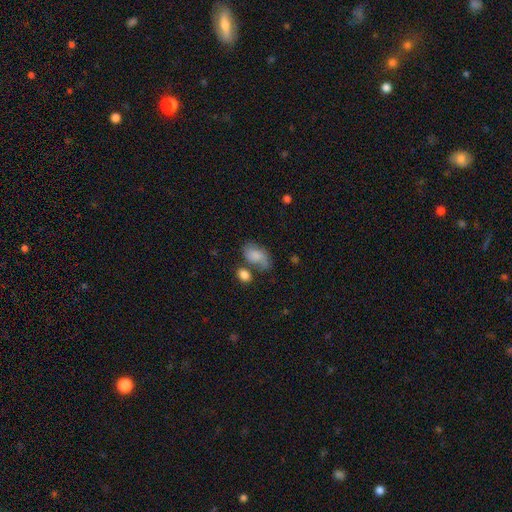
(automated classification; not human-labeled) Morphology: type=smooth (71%); roundness=in between (88%); merging=none (39%).